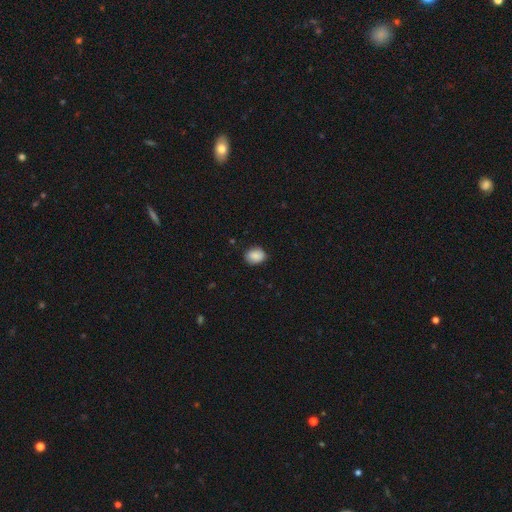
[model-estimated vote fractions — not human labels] Smooth or featured? smooth (88%)
How rounded? in between (60%)
Merging? none (83%)